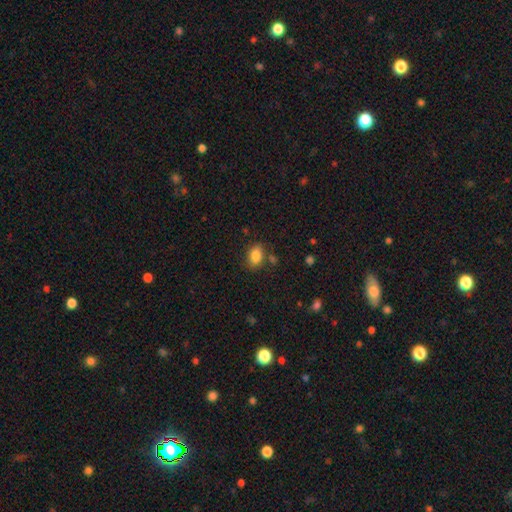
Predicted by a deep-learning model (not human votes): The model was most divided on "how rounded": in between: 80%, round: 19%, cigar-shaped: 2%. More confident: smooth or featured — smooth (84%); merging — none (75%).